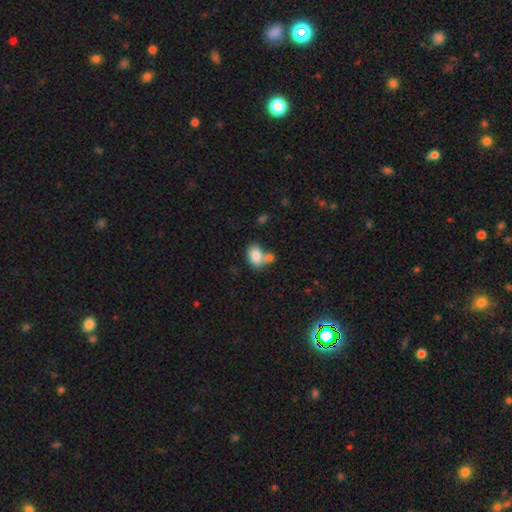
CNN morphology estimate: Smooth or featured? Predicted: smooth (p=0.81). How rounded? Predicted: in between (p=0.79). Merging? Predicted: merger (p=0.45).